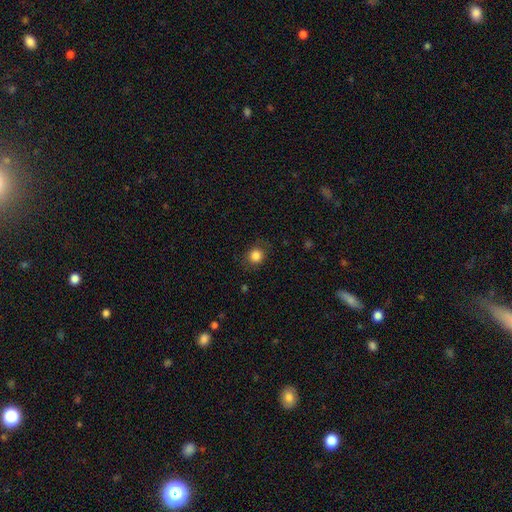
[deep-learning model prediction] Smooth or featured? smooth (84%)
How rounded? round (82%)
Merging? none (82%)